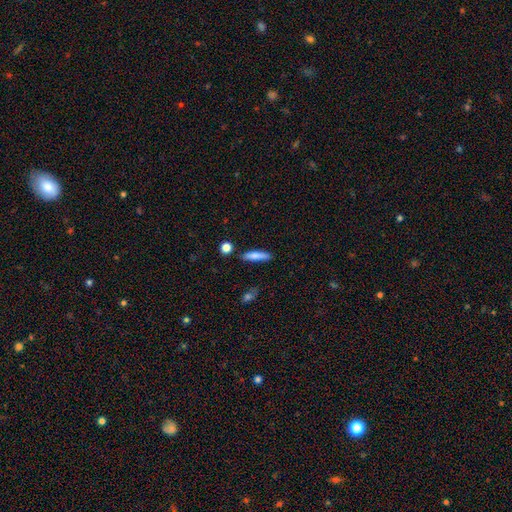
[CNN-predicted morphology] smooth 75%, featured or disk 18%, star or artifact 7%. Down the decision tree: how rounded — cigar-shaped (82%); merging — none (83%).